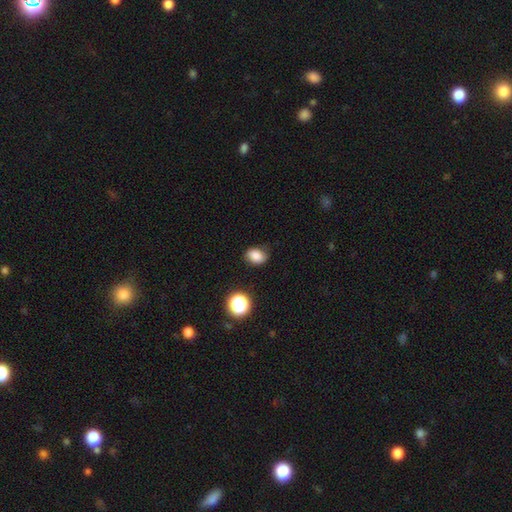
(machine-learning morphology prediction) This is clearly a smooth galaxy (84%). How rounded: likely in between (66%). Merging: likely none (79%).